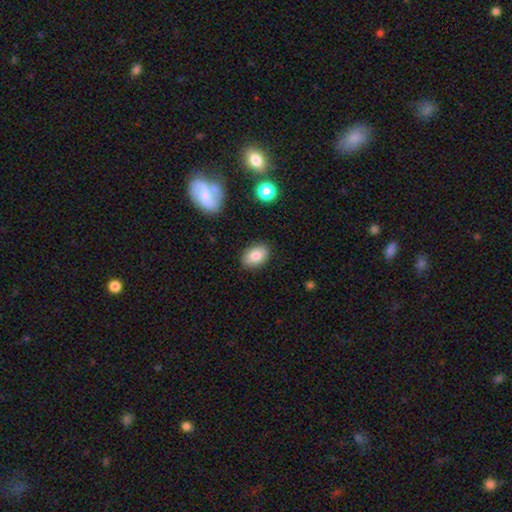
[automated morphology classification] Smooth or featured? smooth (82%)
How rounded? in between (84%)
Merging? none (86%)